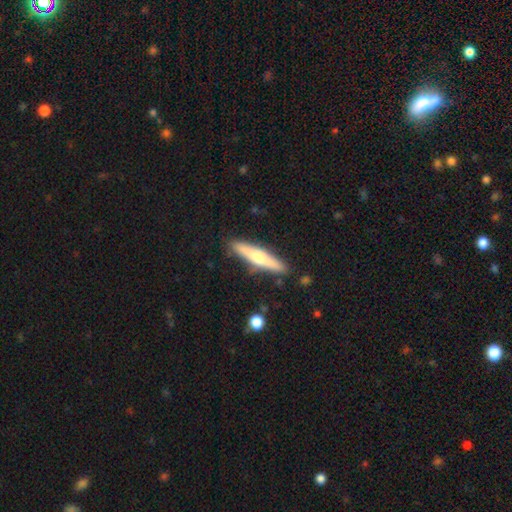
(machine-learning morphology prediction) smooth-or-featured: featured or disk: 59% | smooth: 35% | star or artifact: 6%
  disk-edge-on: yes: 95% | no: 5%
    edge-on-bulge: rounded: 87% | none: 7% | boxy: 5%
  merging: none: 87% | minor disturbance: 9% | merger: 2% | major disturbance: 2%